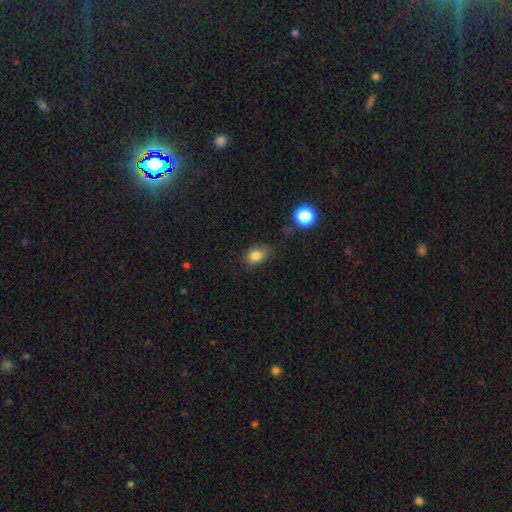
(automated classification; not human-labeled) Overall: smooth (83%). How rounded: in between (75%). Merging: none (72%).